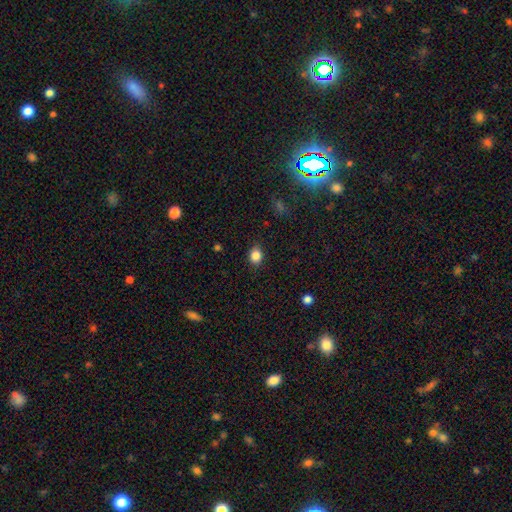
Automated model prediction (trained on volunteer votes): A smooth galaxy with no disk features (86%) that is round (60%).

Vote fractions:
- Smooth or featured? smooth: 86% / star or artifact: 10% / featured or disk: 4%
- How rounded? round: 60% / in between: 39% / cigar-shaped: 1%
- Merging? none: 86% / minor disturbance: 10% / major disturbance: 3% / merger: 1%